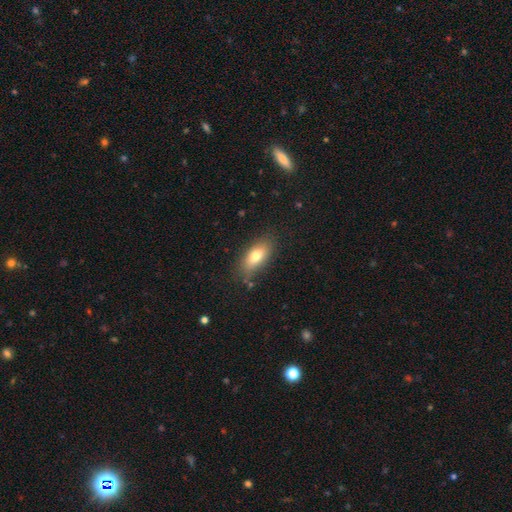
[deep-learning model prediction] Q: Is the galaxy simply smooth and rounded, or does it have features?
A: smooth — 74%.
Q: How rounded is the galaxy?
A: in between — 84%.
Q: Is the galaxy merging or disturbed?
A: none — 79%.